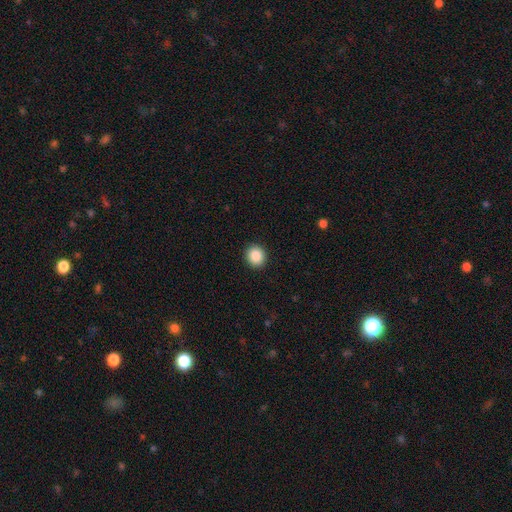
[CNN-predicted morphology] Smooth or featured? Predicted: smooth (p=0.88). How rounded? Predicted: round (p=0.86). Merging? Predicted: none (p=0.92).